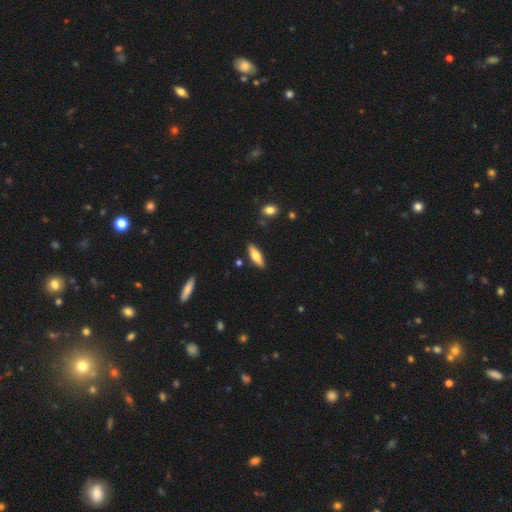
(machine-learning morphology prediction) A smooth galaxy with no disk features (68%) that is in between round and cigar-shaped (58%).

Vote fractions:
- Smooth or featured? smooth: 68% / featured or disk: 26% / star or artifact: 6%
- How rounded? in between: 58% / cigar-shaped: 40% / round: 2%
- Merging? none: 85% / minor disturbance: 10% / merger: 3% / major disturbance: 2%